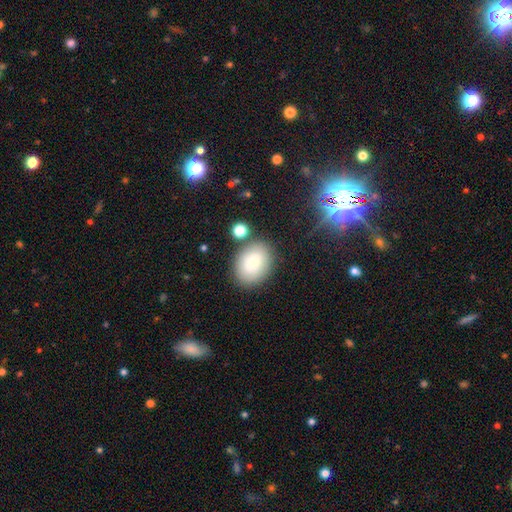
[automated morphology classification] A smooth galaxy with no disk features (72%) that is in between round and cigar-shaped (72%). Merging: none (81%).